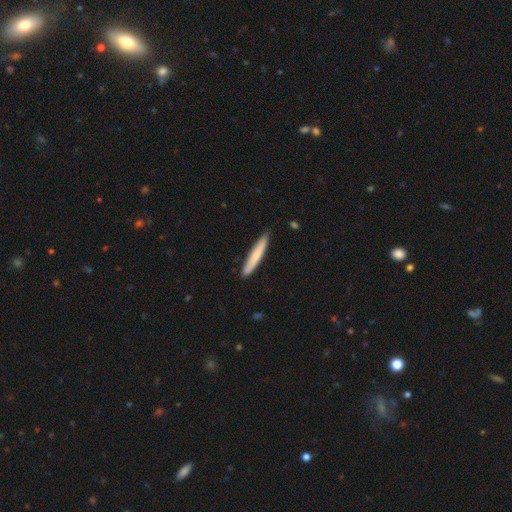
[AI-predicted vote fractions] smooth-or-featured: smooth: 74% | featured or disk: 21% | star or artifact: 5%
  how-rounded: cigar-shaped: 95% | in between: 4% | round: 1%
  merging: none: 87% | minor disturbance: 10% | major disturbance: 1% | merger: 1%